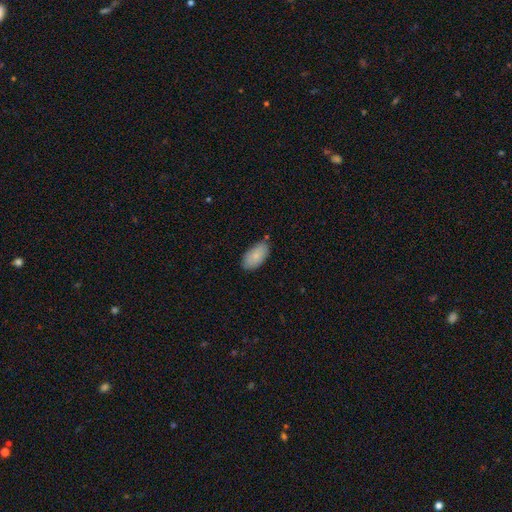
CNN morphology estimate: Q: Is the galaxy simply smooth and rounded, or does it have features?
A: smooth — 83%.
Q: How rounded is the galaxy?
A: in between — 95%.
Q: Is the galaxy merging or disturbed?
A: none — 78%.